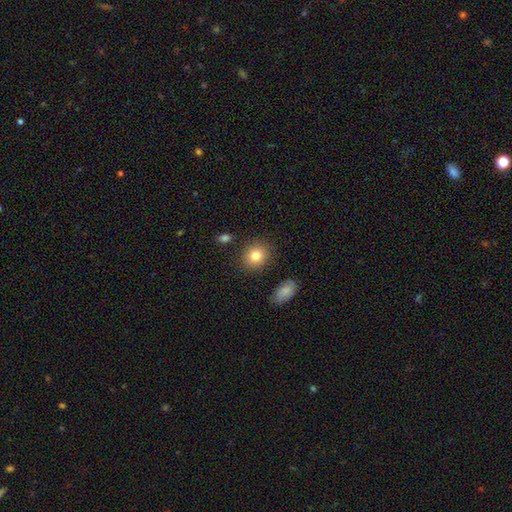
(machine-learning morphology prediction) Smooth or featured? smooth (82%)
How rounded? round (73%)
Merging? none (87%)